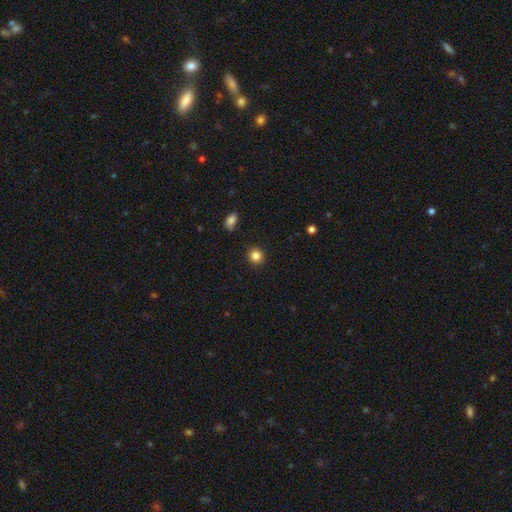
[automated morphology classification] Overall: smooth (85%). How rounded: round (89%). Merging: none (91%).